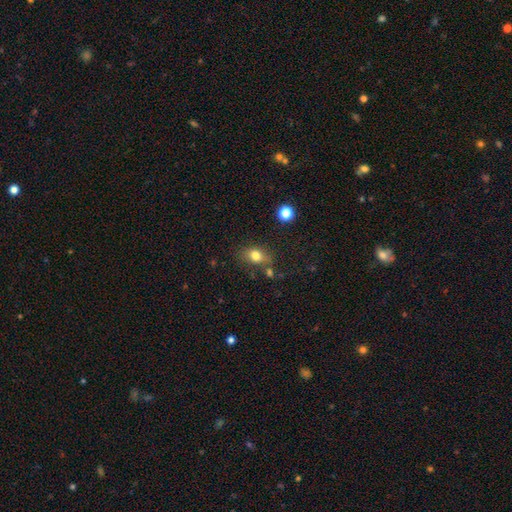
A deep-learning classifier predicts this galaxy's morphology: The model was most divided on "how rounded": in between: 66%, round: 31%, cigar-shaped: 2%. More confident: smooth or featured — smooth (79%); merging — none (67%).